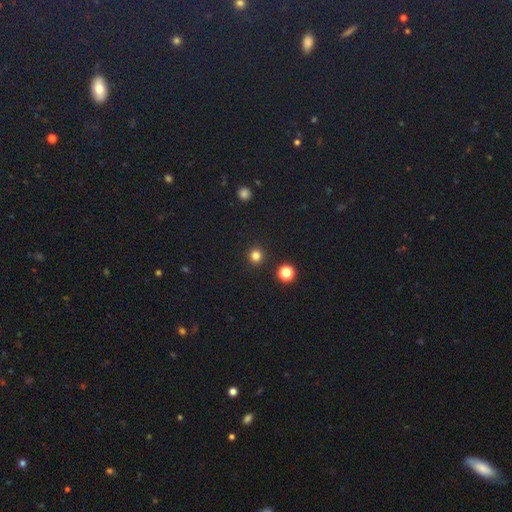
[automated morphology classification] type=smooth (81%); roundness=round (94%); merging=none (92%).